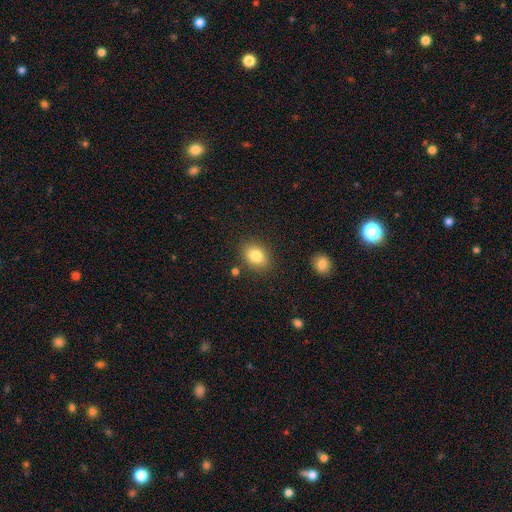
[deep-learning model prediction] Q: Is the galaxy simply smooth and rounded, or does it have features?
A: smooth — 83%.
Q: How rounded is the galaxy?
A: in between — 68%.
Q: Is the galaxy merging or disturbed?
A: none — 84%.